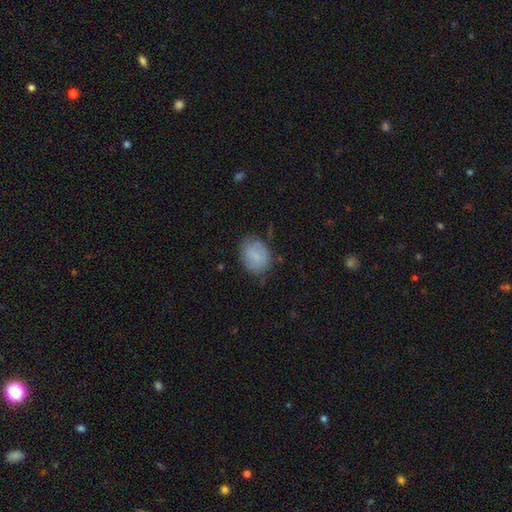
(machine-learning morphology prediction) A smooth galaxy with no disk features (79%) that is in between round and cigar-shaped (62%).

Vote fractions:
- Smooth or featured? smooth: 79% / featured or disk: 14% / star or artifact: 7%
- How rounded? in between: 62% / round: 37% / cigar-shaped: 1%
- Merging? none: 72% / minor disturbance: 22% / major disturbance: 5% / merger: 2%